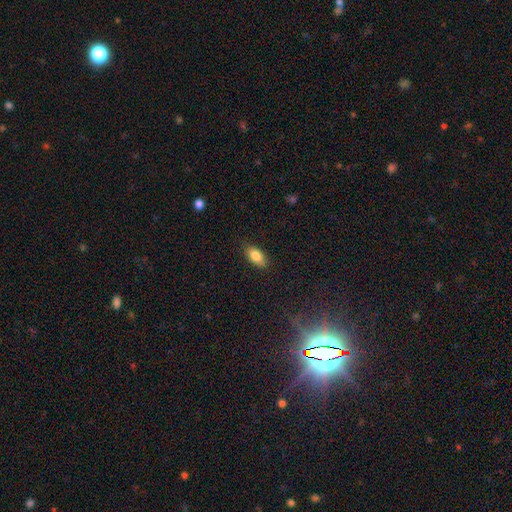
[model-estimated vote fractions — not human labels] The model was most divided on "merging": none: 85%, minor disturbance: 12%, major disturbance: 2%, merger: 1%. More confident: how rounded — in between (89%); smooth or featured — smooth (83%).